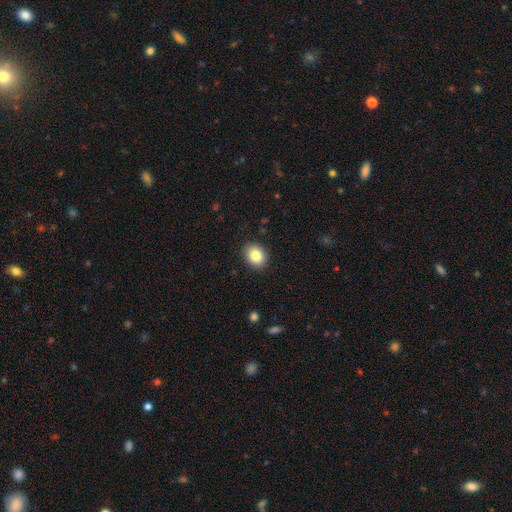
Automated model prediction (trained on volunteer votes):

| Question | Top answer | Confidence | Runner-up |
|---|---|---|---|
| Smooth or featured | smooth | 84% | star or artifact (9%) |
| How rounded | round | 54% | in between (45%) |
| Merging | none | 89% | minor disturbance (8%) |